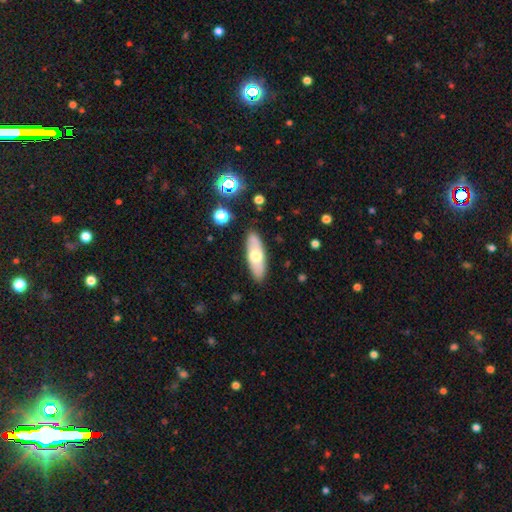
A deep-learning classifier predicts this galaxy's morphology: A smooth galaxy with no disk features (57%) that is in between round and cigar-shaped (64%).

Vote fractions:
- Smooth or featured? smooth: 57% / featured or disk: 37% / star or artifact: 6%
- How rounded? in between: 64% / cigar-shaped: 34% / round: 2%
- Merging? none: 87% / minor disturbance: 10% / major disturbance: 2% / merger: 2%